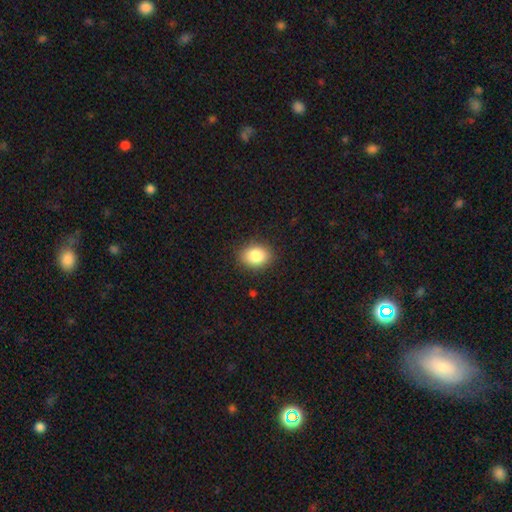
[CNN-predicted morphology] Q: Smooth or featured?
A: smooth (86%); runner-up: star or artifact (9%)
Q: How rounded?
A: in between (58%); runner-up: round (41%)
Q: Merging?
A: none (88%); runner-up: minor disturbance (9%)